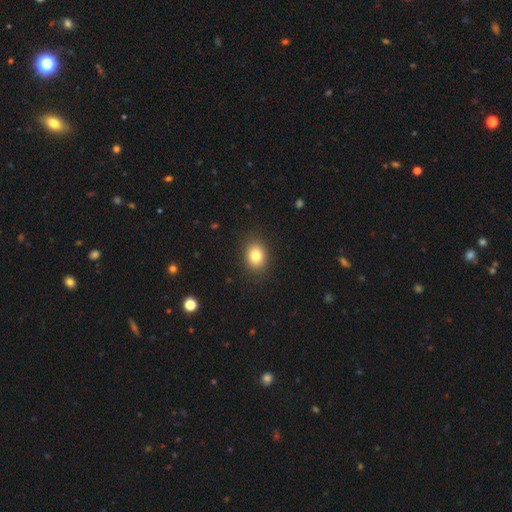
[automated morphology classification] A smooth galaxy with no disk features (82%) that is in between round and cigar-shaped (54%). Merging: none (88%).